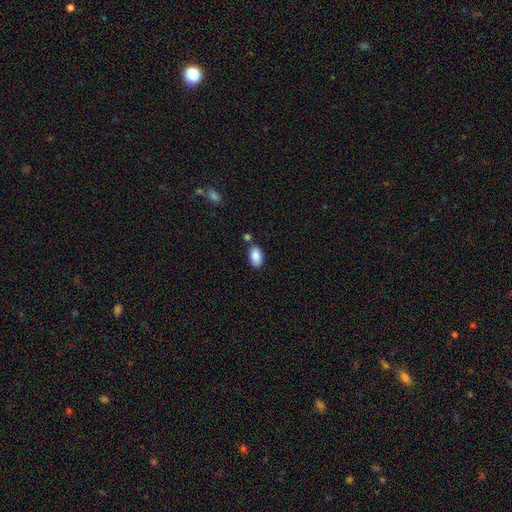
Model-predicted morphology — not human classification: A smooth galaxy with no disk features (88%) that is in between round and cigar-shaped (94%). Merging: none (75%).